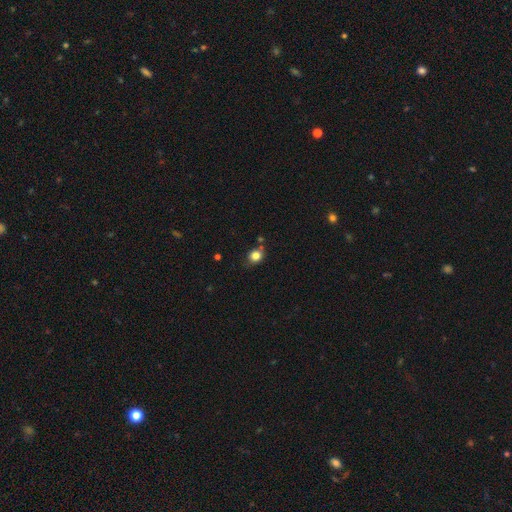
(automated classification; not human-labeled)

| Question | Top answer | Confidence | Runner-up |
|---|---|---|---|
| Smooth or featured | smooth | 82% | star or artifact (11%) |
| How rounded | round | 70% | in between (29%) |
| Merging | none | 71% | minor disturbance (17%) |